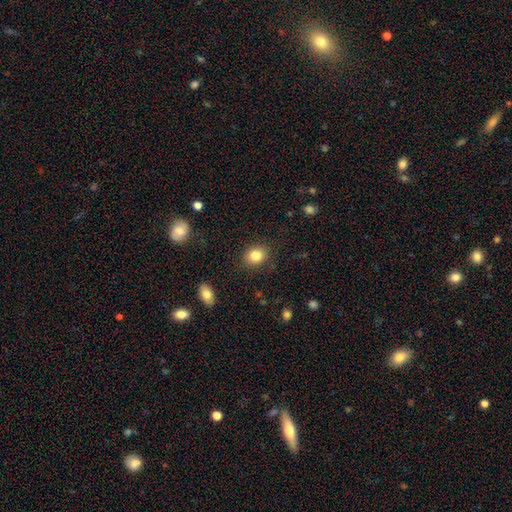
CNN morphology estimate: Smooth or featured: smooth — 83% (star or artifact — 10%)
How rounded: round — 57% (in between — 42%)
Merging: none — 87% (minor disturbance — 9%)